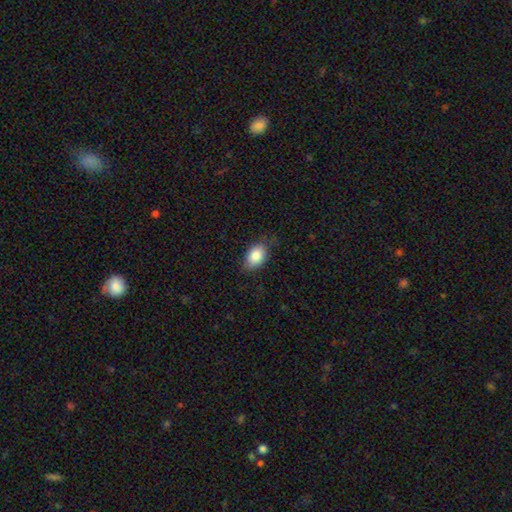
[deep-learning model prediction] The model was most divided on "merging": none: 77%, minor disturbance: 18%, major disturbance: 4%, merger: 1%. More confident: how rounded — in between (87%); smooth or featured — smooth (85%).